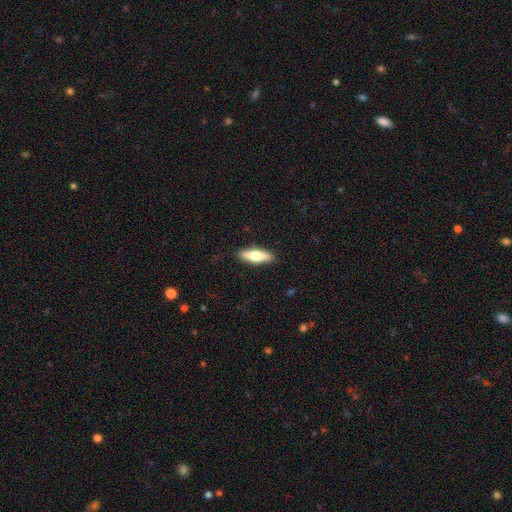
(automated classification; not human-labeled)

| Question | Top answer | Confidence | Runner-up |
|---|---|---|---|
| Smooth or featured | smooth | 58% | featured or disk (36%) |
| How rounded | cigar-shaped | 54% | in between (44%) |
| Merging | none | 89% | minor disturbance (8%) |